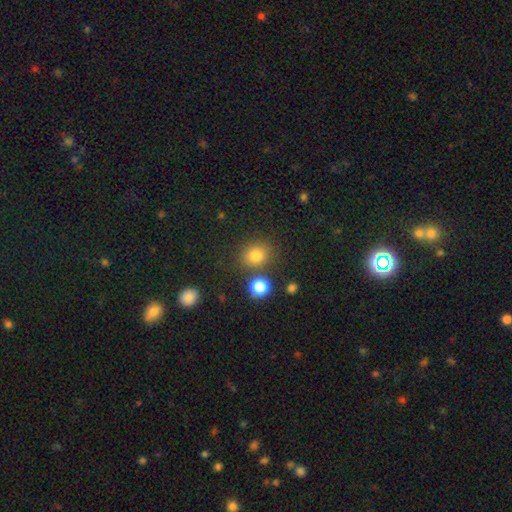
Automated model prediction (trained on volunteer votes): Smooth or featured? smooth (81%)
How rounded? round (69%)
Merging? none (74%)